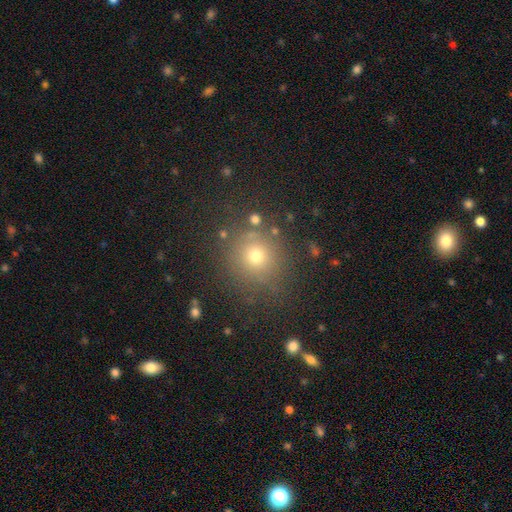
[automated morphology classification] A smooth galaxy with no disk features (69%) that is round (91%). Merging: none (83%).